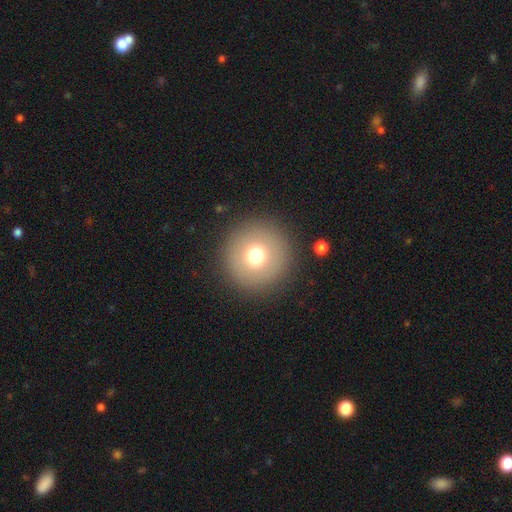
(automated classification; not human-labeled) This appears to be a smooth galaxy with no disk features (71%) that is round (97%). Merging: none (91%).